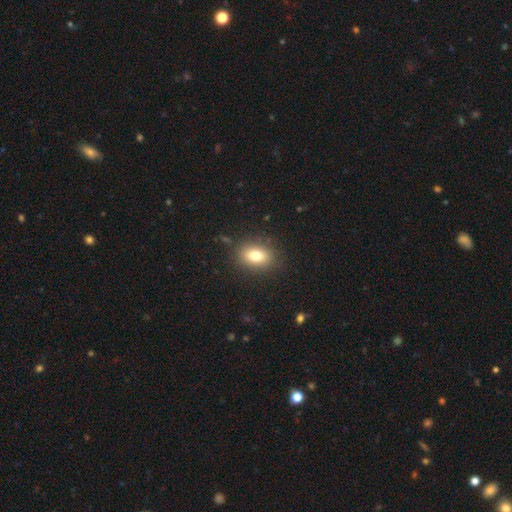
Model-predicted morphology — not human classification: Smooth or featured: smooth — 77% (featured or disk — 12%)
How rounded: in between — 72% (round — 27%)
Merging: none — 86% (minor disturbance — 10%)